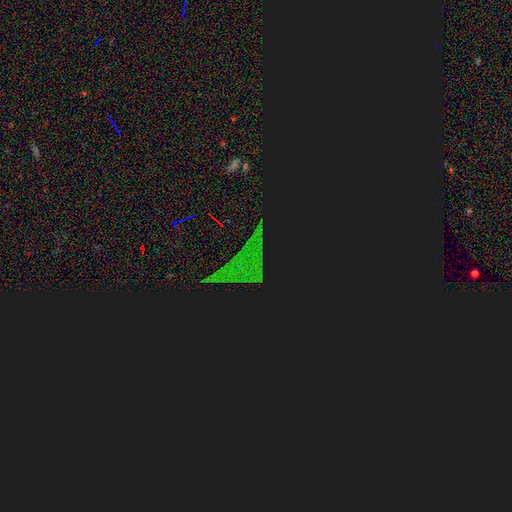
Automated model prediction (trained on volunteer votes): A star or artifact, not a galaxy (83%).

Vote fractions:
- Smooth or featured? star or artifact: 83% / smooth: 10% / featured or disk: 7%